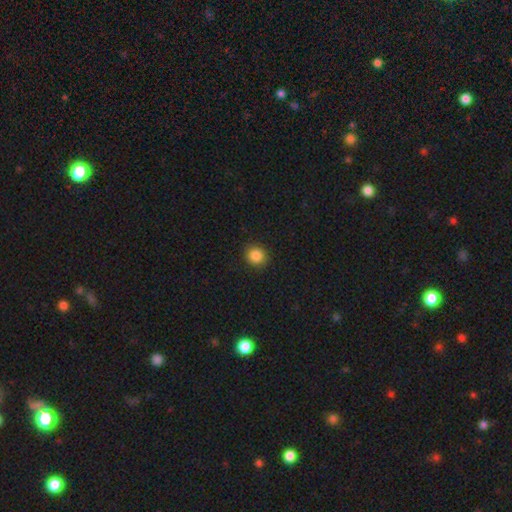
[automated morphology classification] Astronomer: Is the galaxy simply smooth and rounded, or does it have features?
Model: smooth — 86%.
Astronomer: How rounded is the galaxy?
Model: round — 86%.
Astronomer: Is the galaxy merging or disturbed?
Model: none — 90%.